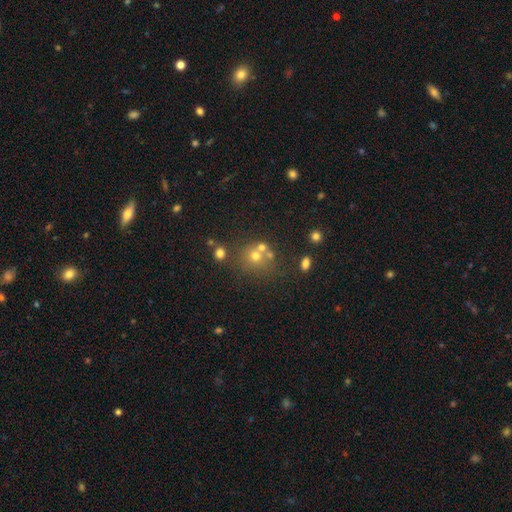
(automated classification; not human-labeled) Q: Smooth or featured?
A: smooth (53%); runner-up: star or artifact (33%)
Q: How rounded?
A: round (84%); runner-up: in between (15%)
Q: Merging?
A: none (59%); runner-up: merger (28%)